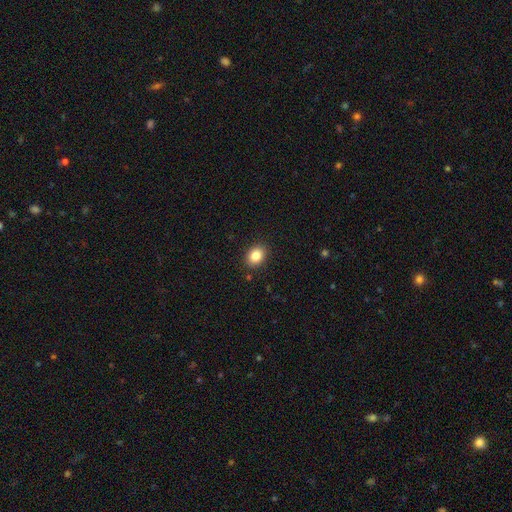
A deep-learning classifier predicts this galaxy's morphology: Overall: smooth (85%). How rounded: in between (58%; round 41%). Merging: none (89%).